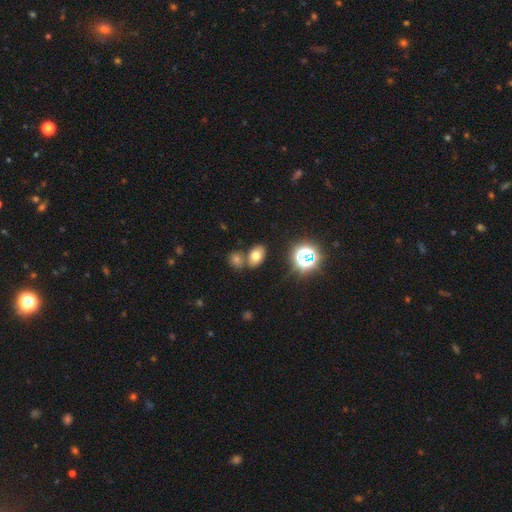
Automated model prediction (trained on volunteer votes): This appears to be a smooth galaxy with no disk features (70%) that is in between round and cigar-shaped (79%). Merging: none (67%).